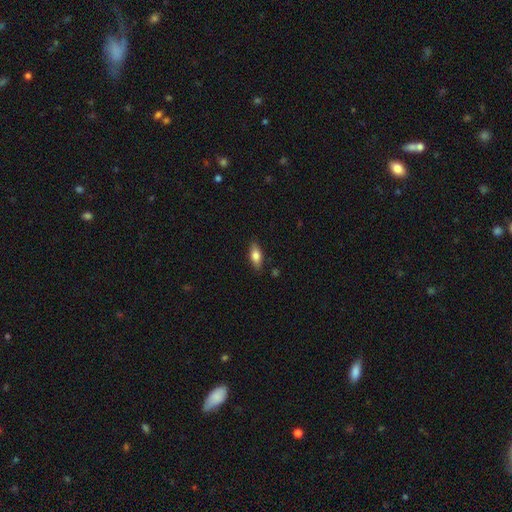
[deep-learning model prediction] A smooth galaxy with no disk features (72%) that is in between round and cigar-shaped (77%).

Vote fractions:
- Smooth or featured? smooth: 72% / featured or disk: 21% / star or artifact: 7%
- How rounded? in between: 77% / cigar-shaped: 20% / round: 3%
- Merging? none: 85% / minor disturbance: 12% / major disturbance: 2% / merger: 1%